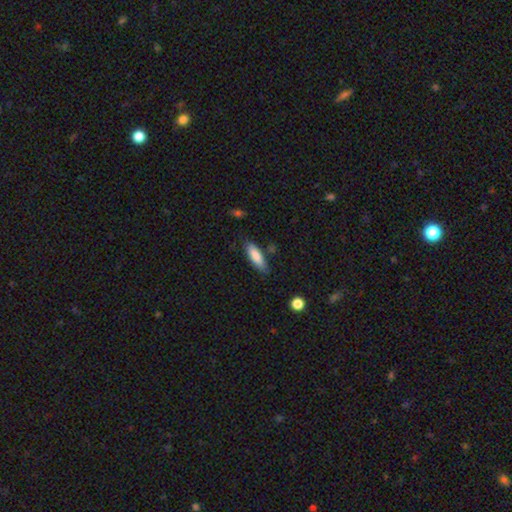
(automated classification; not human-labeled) A smooth galaxy with no disk features (83%) that is cigar-shaped (52%).

Vote fractions:
- Smooth or featured? smooth: 83% / featured or disk: 11% / star or artifact: 6%
- How rounded? cigar-shaped: 52% / in between: 46% / round: 2%
- Merging? none: 78% / minor disturbance: 16% / merger: 3% / major disturbance: 3%